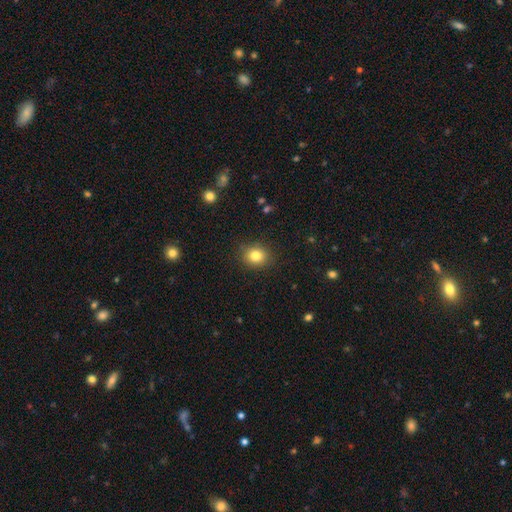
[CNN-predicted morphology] Smooth or featured?
  - smooth: 82% *
  - star or artifact: 11%
  - featured or disk: 7%
How rounded?
  - round: 67% *
  - in between: 33%
  - cigar-shaped: 1%
Merging?
  - none: 87% *
  - minor disturbance: 9%
  - major disturbance: 3%
  - merger: 1%